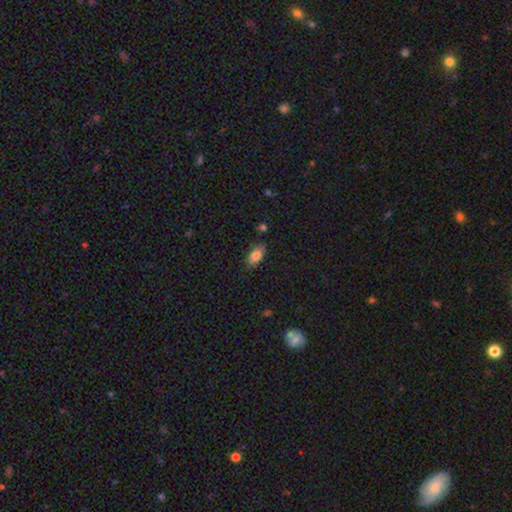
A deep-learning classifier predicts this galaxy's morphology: Q: Smooth or featured?
A: smooth (82%); runner-up: featured or disk (10%)
Q: How rounded?
A: in between (88%); runner-up: cigar-shaped (8%)
Q: Merging?
A: none (80%); runner-up: minor disturbance (15%)